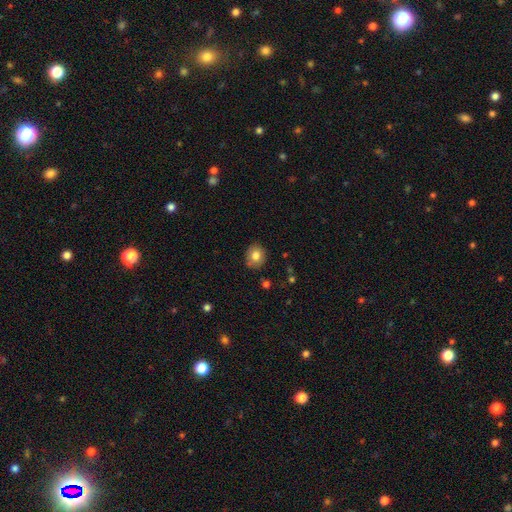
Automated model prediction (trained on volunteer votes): This appears to be a smooth galaxy with no disk features (81%) that is round (75%). Merging: none (86%).